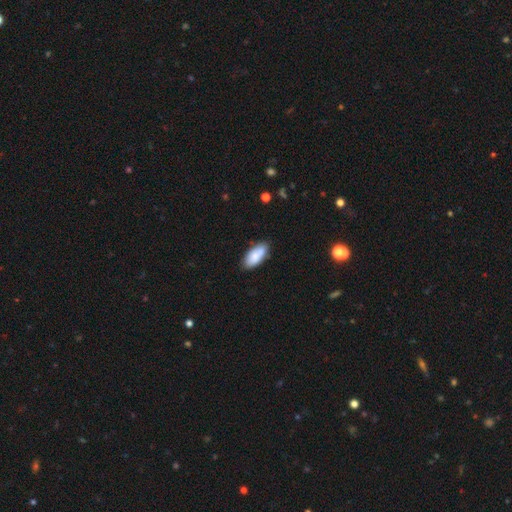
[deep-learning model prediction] This appears to be a smooth galaxy with no disk features (82%) that is in between round and cigar-shaped (87%). Merging: none (76%).